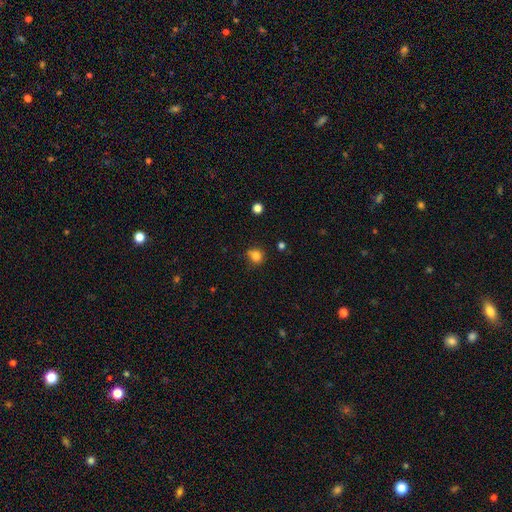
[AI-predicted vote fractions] Smooth or featured? smooth (82%)
How rounded? round (76%)
Merging? none (63%)